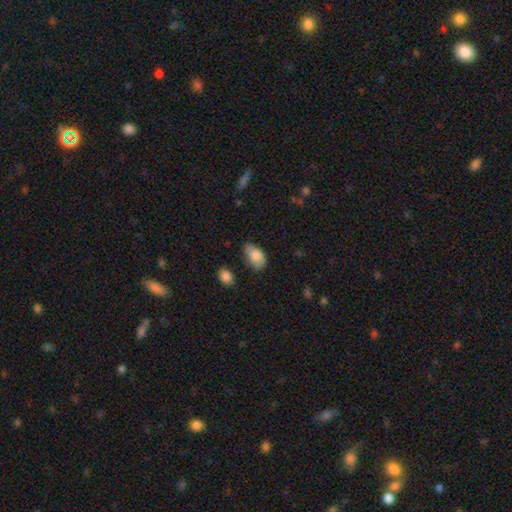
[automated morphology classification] Smooth or featured? smooth (83%)
How rounded? in between (92%)
Merging? none (49%)